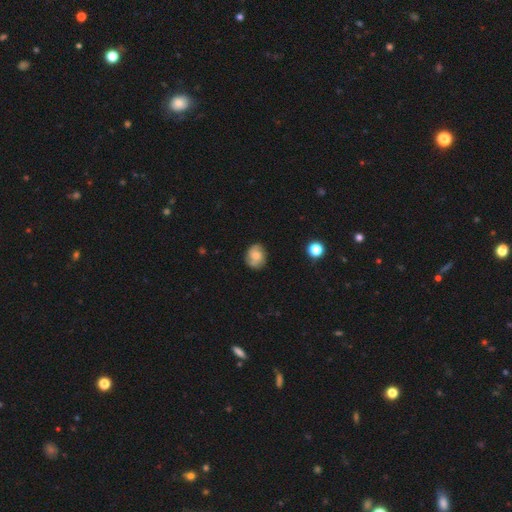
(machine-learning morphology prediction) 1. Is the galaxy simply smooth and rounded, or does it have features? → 49% smooth, 42% featured or disk, 9% star or artifact.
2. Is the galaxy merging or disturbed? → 74% none, 19% minor disturbance, 5% major disturbance, 2% merger.